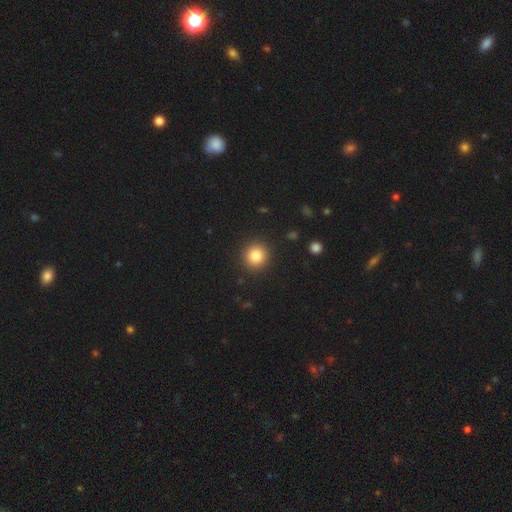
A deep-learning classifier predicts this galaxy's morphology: This appears to be a smooth galaxy with no disk features (83%) that is round (91%). Merging: none (91%).